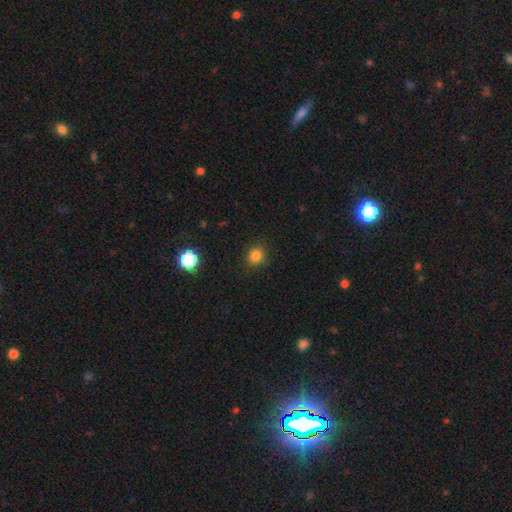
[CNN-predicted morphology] Q: Smooth or featured?
A: smooth (82%); runner-up: star or artifact (13%)
Q: How rounded?
A: round (81%); runner-up: in between (18%)
Q: Merging?
A: none (88%); runner-up: minor disturbance (8%)